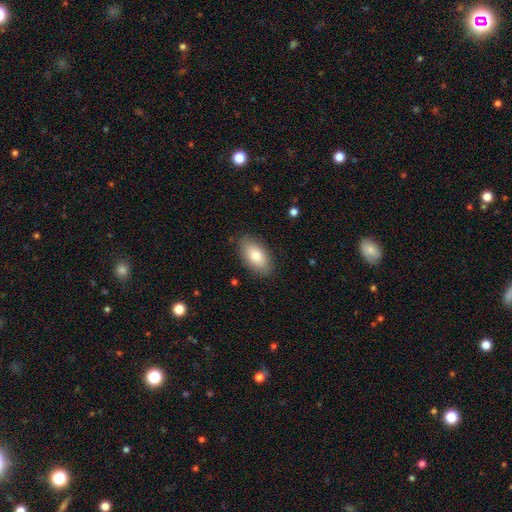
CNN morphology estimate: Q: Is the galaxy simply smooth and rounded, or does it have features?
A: smooth — 79%.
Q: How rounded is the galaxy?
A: in between — 93%.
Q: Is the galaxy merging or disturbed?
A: none — 84%.